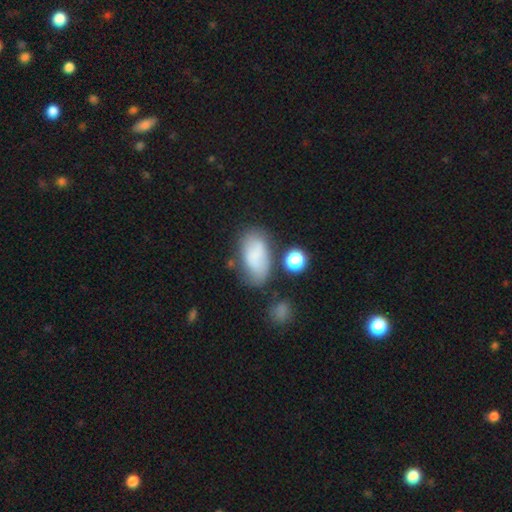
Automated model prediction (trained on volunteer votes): This is likely a smooth galaxy (72%). How rounded: clearly in between (91%). Merging: possibly none (54%).